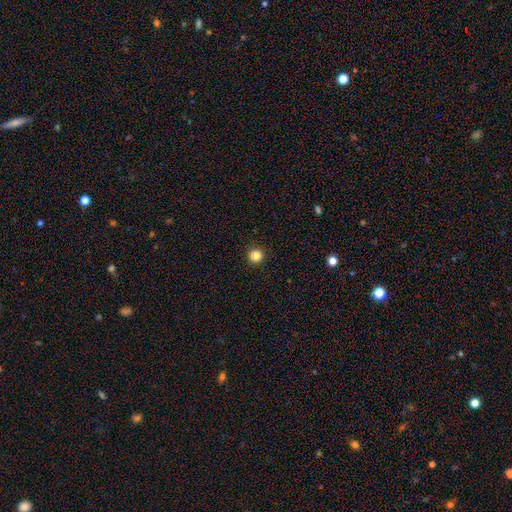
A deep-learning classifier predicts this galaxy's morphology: Smooth or featured: smooth — 85% (star or artifact — 12%)
How rounded: round — 95% (in between — 4%)
Merging: none — 92% (minor disturbance — 5%)